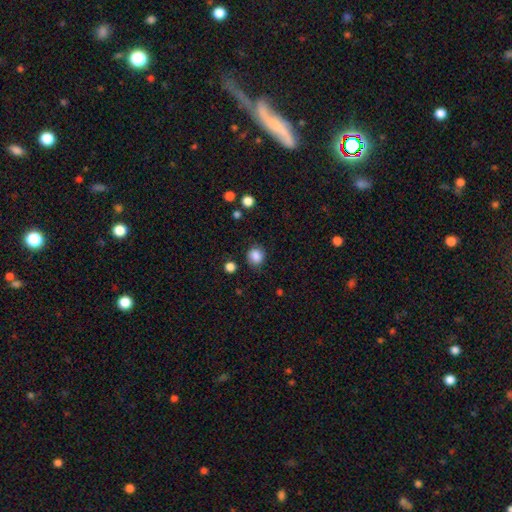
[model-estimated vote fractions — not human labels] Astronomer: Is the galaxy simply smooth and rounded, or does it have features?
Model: smooth — 85%.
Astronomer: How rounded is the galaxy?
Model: round — 80%.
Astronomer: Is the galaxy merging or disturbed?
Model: none — 80%.